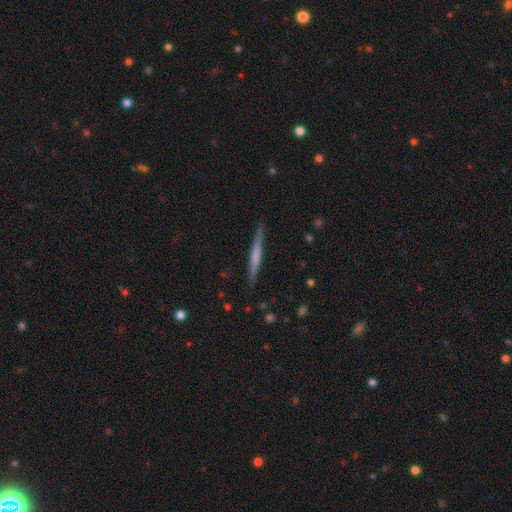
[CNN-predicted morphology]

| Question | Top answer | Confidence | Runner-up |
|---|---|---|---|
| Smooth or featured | featured or disk | 50% | smooth (45%) |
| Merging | none | 89% | minor disturbance (8%) |